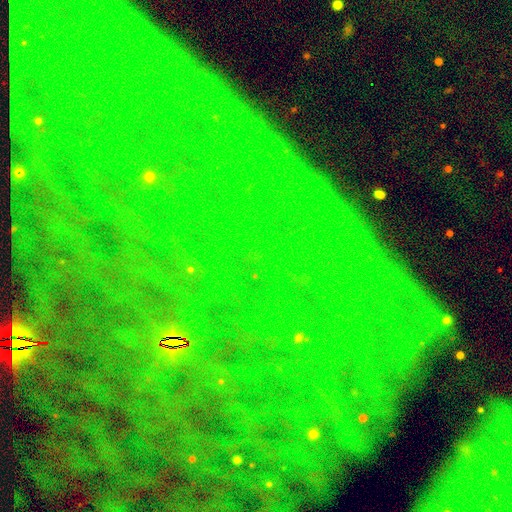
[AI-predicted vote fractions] smooth_or_featured: star or artifact (p=0.85) [alt: smooth p=0.08]